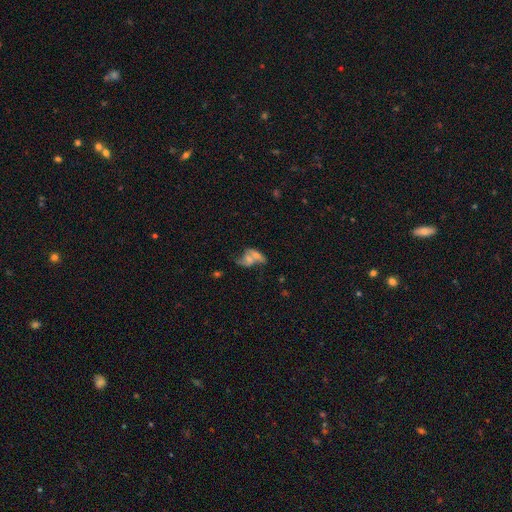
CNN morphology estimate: type=smooth (52%); roundness=in between (75%); merging=merger (60%).